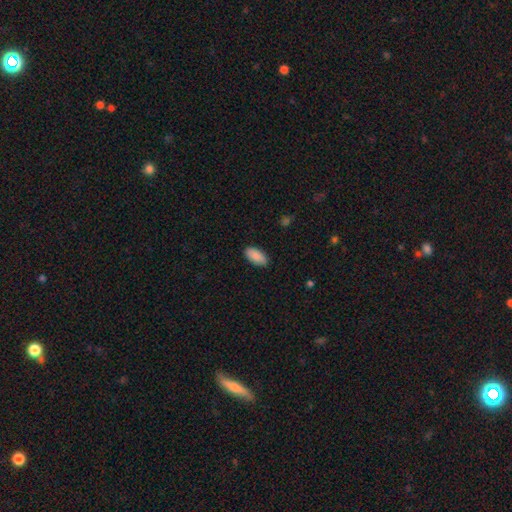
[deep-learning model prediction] Smooth or featured: smooth — 90% (star or artifact — 6%)
How rounded: in between — 93% (cigar-shaped — 5%)
Merging: none — 89% (minor disturbance — 8%)